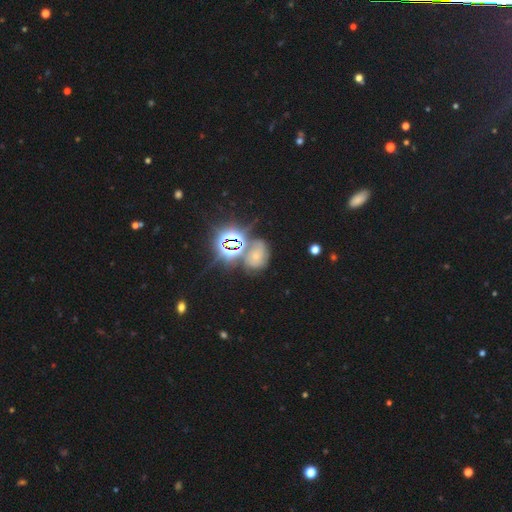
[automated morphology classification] Smooth or featured? star or artifact (45%)